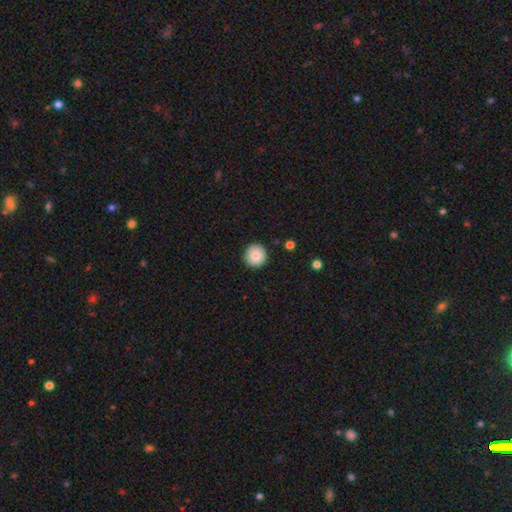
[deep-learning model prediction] Smooth or featured: smooth — 87% (star or artifact — 8%)
How rounded: round — 95% (in between — 4%)
Merging: none — 92% (minor disturbance — 6%)